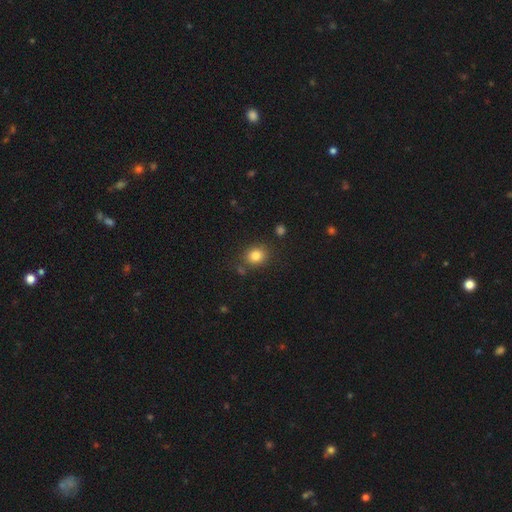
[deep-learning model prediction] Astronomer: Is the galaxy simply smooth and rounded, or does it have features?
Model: smooth — 82%.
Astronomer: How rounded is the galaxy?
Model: round — 70%.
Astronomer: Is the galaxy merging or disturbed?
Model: none — 81%.